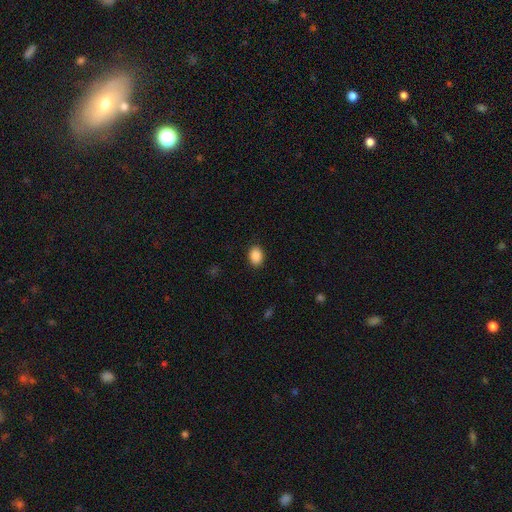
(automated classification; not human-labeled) Morphology: type=smooth (89%); roundness=in between (75%); merging=none (89%).